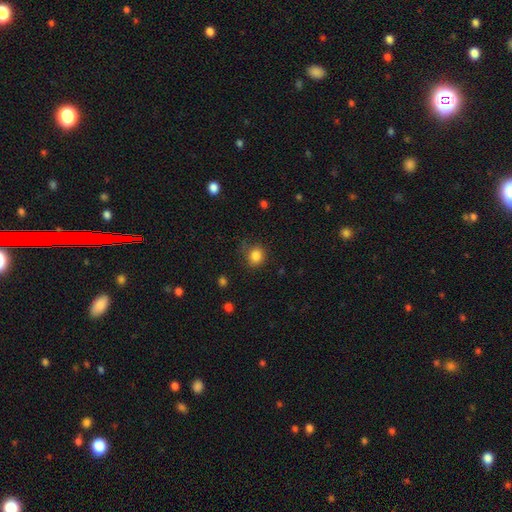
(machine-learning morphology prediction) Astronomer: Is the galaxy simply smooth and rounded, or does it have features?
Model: smooth — 84%.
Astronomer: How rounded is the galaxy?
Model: round — 80%.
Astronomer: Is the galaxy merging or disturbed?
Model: none — 75%.